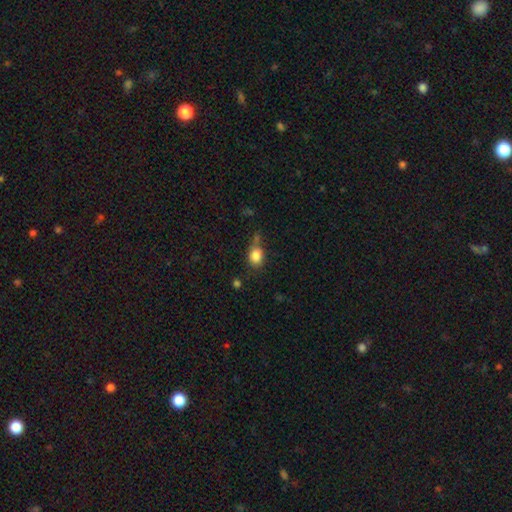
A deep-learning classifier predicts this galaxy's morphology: The model was most divided on "how rounded": in between: 53%, round: 45%, cigar-shaped: 2%. More confident: smooth or featured — smooth (83%); merging — none (54%).